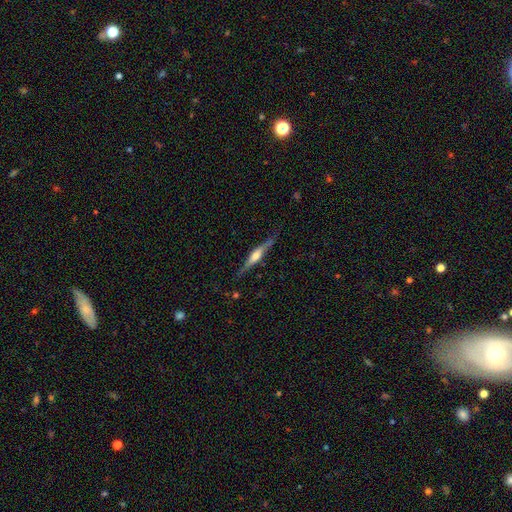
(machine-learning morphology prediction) A featured or disk galaxy (68%) viewed edge-on (96%) with a rounded central bulge (74%). Merging: none (80%).